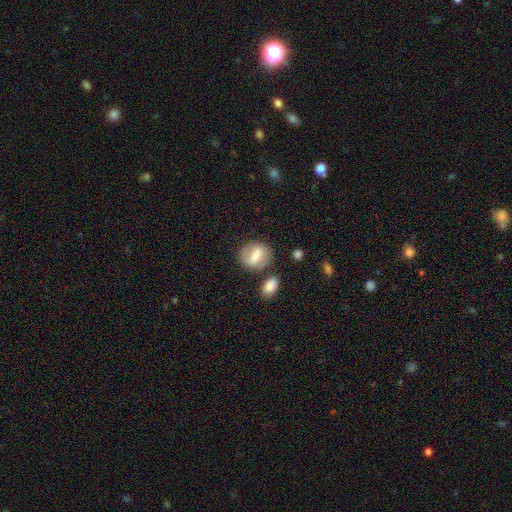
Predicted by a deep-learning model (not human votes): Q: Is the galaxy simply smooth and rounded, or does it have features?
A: smooth — 61%.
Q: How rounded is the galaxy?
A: in between — 55%.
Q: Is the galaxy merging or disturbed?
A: none — 69%.